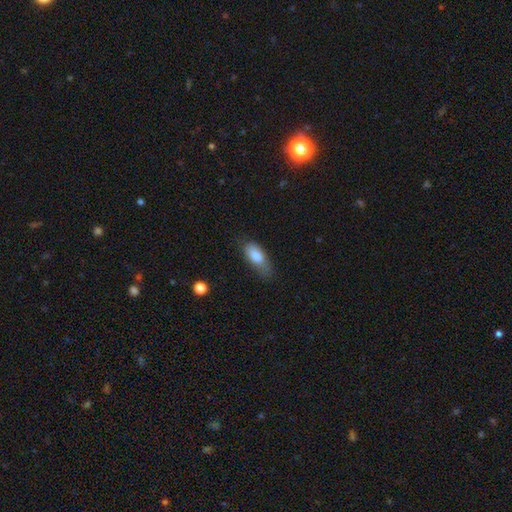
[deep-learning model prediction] smooth 81%, featured or disk 12%, star or artifact 7%. Down the decision tree: how rounded — in between (81%); merging — none (51%).